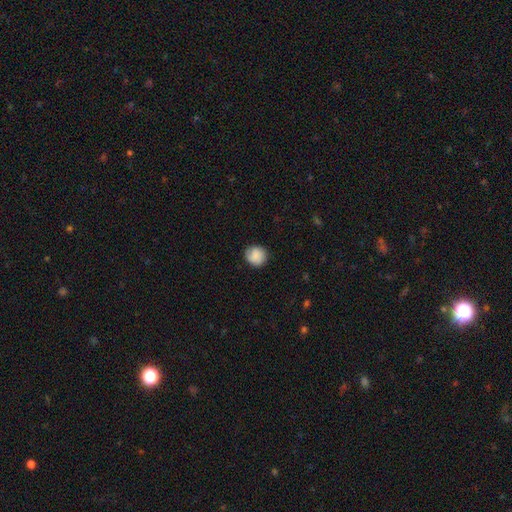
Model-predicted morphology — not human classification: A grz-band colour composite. It shows a smooth galaxy with no disk features (79%) that is round (89%). Merging: none (82%).